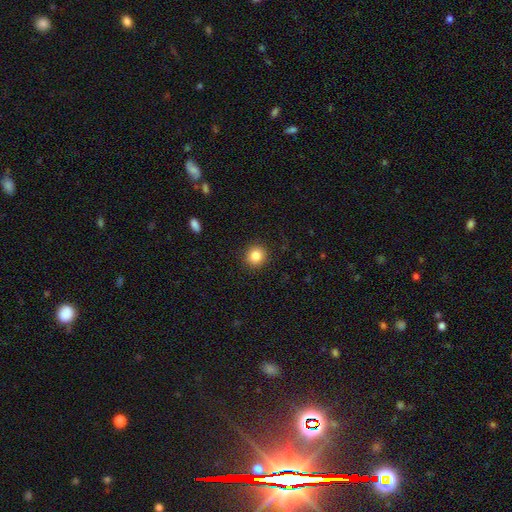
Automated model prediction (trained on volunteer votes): smooth 85%, star or artifact 10%, featured or disk 5%. Down the decision tree: how rounded — round (92%); merging — none (91%).